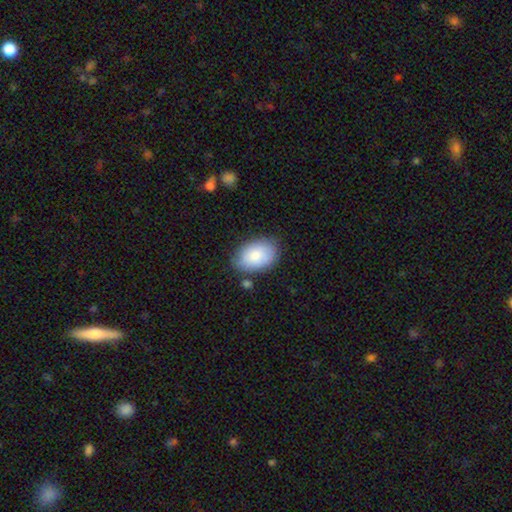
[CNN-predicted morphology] A smooth galaxy with no disk features (80%) that is in between round and cigar-shaped (88%).

Vote fractions:
- Smooth or featured? smooth: 80% / featured or disk: 14% / star or artifact: 6%
- How rounded? in between: 88% / round: 11% / cigar-shaped: 1%
- Merging? none: 75% / minor disturbance: 18% / major disturbance: 4% / merger: 3%